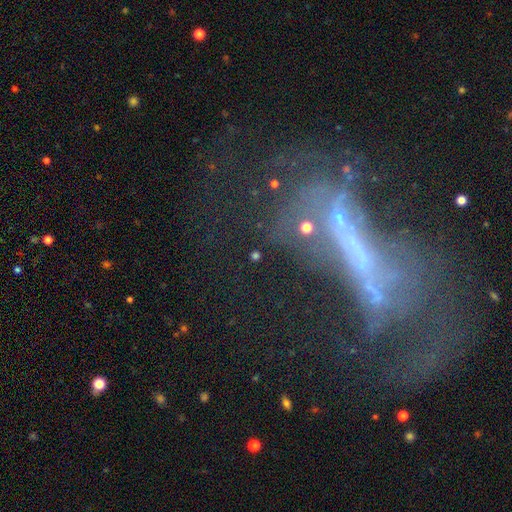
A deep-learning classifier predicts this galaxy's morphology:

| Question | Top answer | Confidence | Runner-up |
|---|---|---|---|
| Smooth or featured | featured or disk | 46% | star or artifact (34%) |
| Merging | none | 42% | major disturbance (27%) |